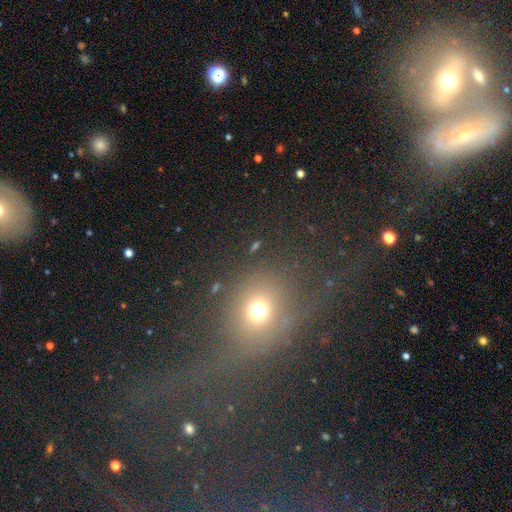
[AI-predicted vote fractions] smooth_or_featured: smooth (p=0.50) [alt: star or artifact p=0.31]
merging: none (p=0.50) [alt: merger p=0.19]